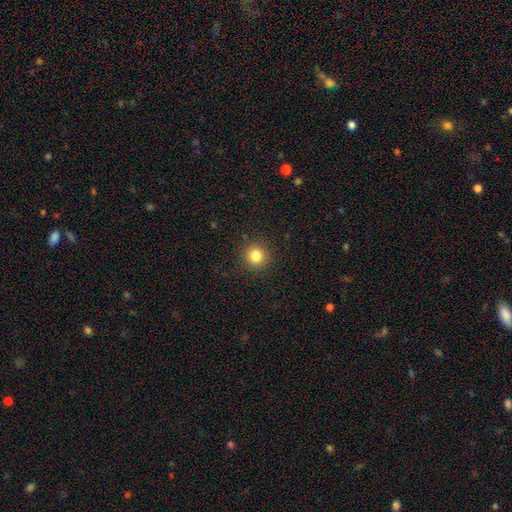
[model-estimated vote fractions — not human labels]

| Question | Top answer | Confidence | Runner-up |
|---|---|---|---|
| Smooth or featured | smooth | 82% | star or artifact (13%) |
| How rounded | round | 94% | in between (5%) |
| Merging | none | 91% | minor disturbance (5%) |